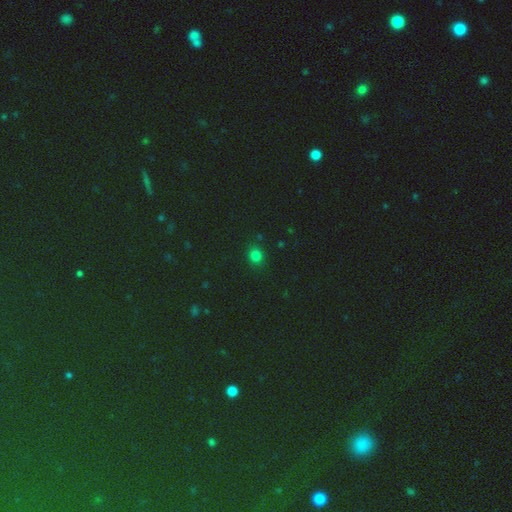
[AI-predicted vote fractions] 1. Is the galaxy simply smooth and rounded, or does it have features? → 78% smooth, 18% star or artifact, 4% featured or disk.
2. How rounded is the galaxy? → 79% round, 20% in between, 1% cigar-shaped.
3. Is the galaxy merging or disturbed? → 87% none, 8% minor disturbance, 2% major disturbance, 2% merger.